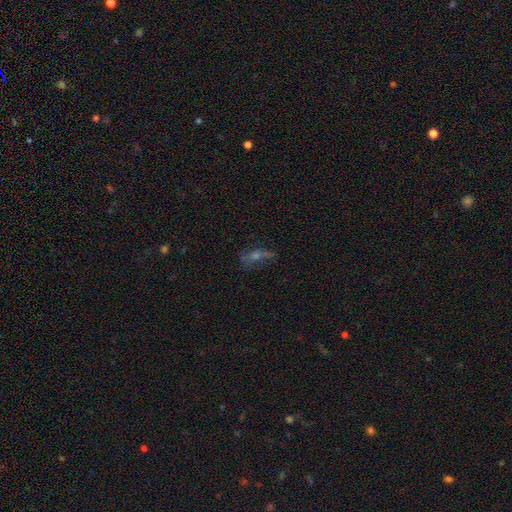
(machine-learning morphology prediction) Overall: featured or disk (47%; smooth 29%). Merging: none (54%; minor disturbance 22%).